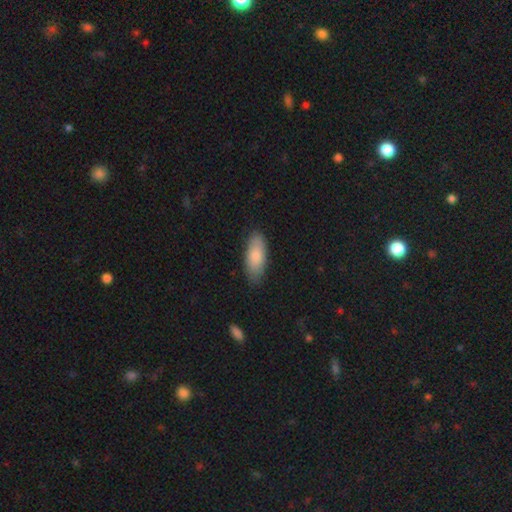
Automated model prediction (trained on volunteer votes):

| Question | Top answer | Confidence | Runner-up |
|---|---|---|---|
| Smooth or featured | smooth | 82% | featured or disk (12%) |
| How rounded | in between | 82% | cigar-shaped (16%) |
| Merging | none | 80% | minor disturbance (16%) |